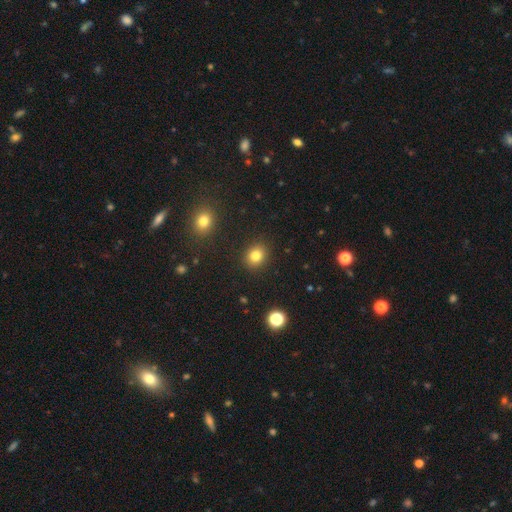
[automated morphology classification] type=smooth (81%); roundness=round (69%); merging=none (89%).